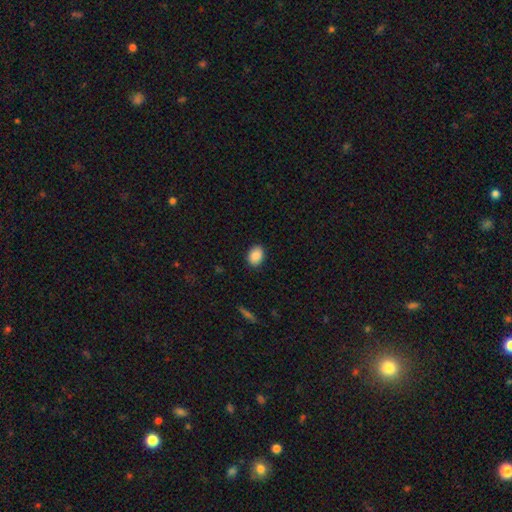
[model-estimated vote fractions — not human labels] A smooth galaxy with no disk features (89%) that is in between round and cigar-shaped (69%).

Vote fractions:
- Smooth or featured? smooth: 89% / star or artifact: 8% / featured or disk: 3%
- How rounded? in between: 69% / round: 30% / cigar-shaped: 1%
- Merging? none: 89% / minor disturbance: 8% / major disturbance: 2% / merger: 1%